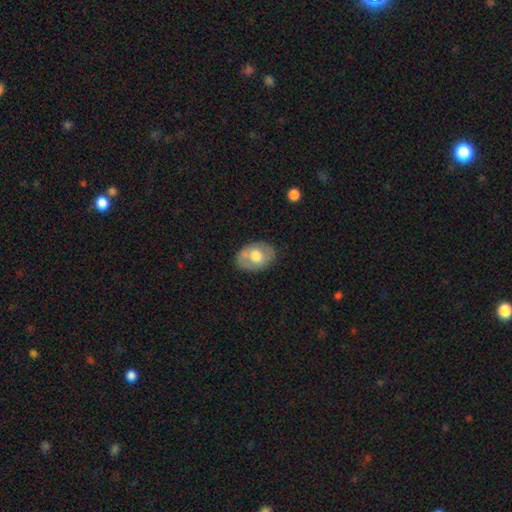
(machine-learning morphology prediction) A smooth galaxy with no disk features (59%) that is in between round and cigar-shaped (78%). Merging: none (77%).